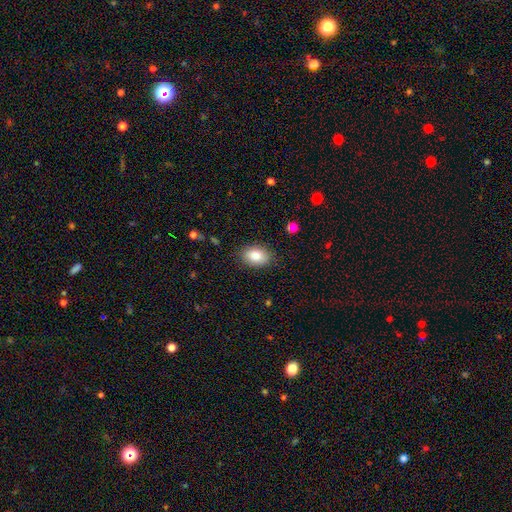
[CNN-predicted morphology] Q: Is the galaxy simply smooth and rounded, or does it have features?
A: smooth — 84%.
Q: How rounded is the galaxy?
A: in between — 81%.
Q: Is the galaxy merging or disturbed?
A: none — 86%.